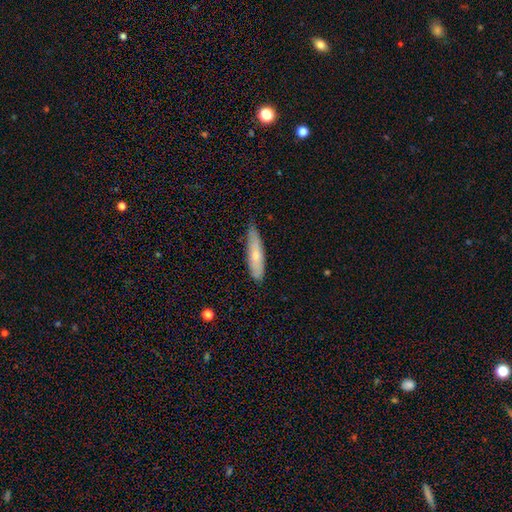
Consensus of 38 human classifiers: This appears to be a smooth galaxy with no disk features (66%) that is cigar-shaped (76%). Merging: none (67%).